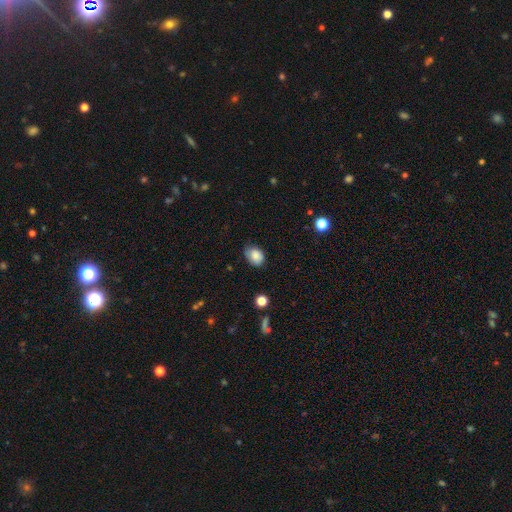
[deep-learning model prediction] This appears to be a smooth galaxy with no disk features (84%) that is in between round and cigar-shaped (67%). Merging: none (64%).